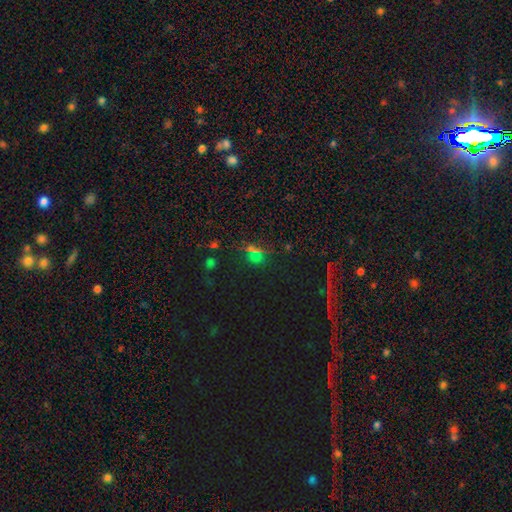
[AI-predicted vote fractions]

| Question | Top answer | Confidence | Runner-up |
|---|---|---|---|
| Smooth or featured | star or artifact | 58% | smooth (34%) |